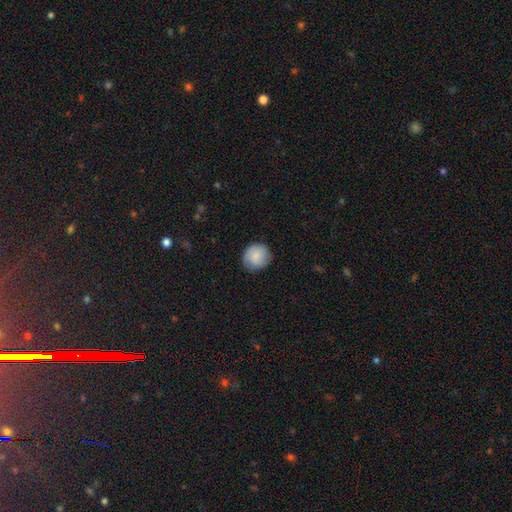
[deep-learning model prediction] smooth 80%, featured or disk 13%, star or artifact 7%. Down the decision tree: how rounded — round (87%); merging — none (81%).